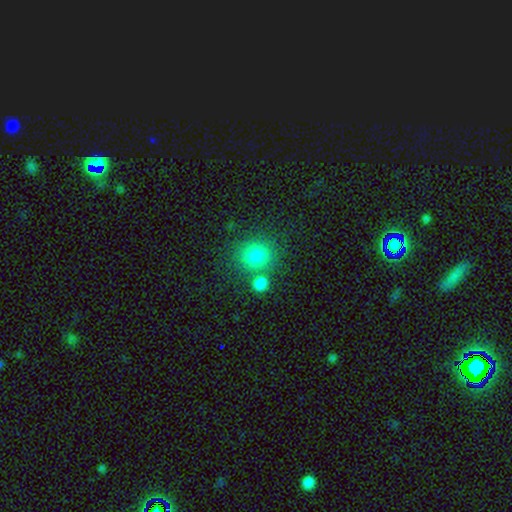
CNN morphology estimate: type=smooth (83%); roundness=round (84%); merging=none (71%).